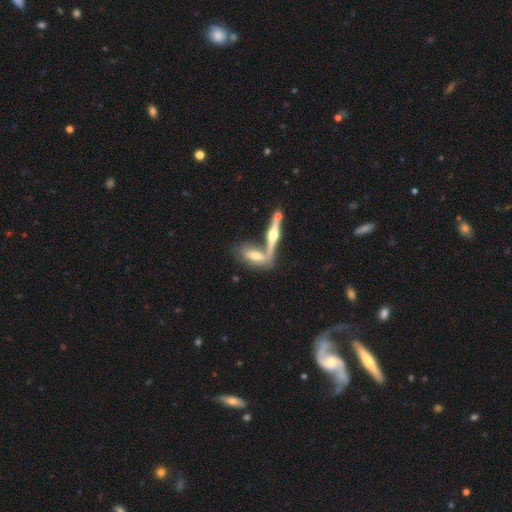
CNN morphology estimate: Smooth or featured? Predicted: featured or disk (p=0.53). Edge-on disk? Predicted: yes (p=0.82). Merging? Predicted: merger (p=0.43).